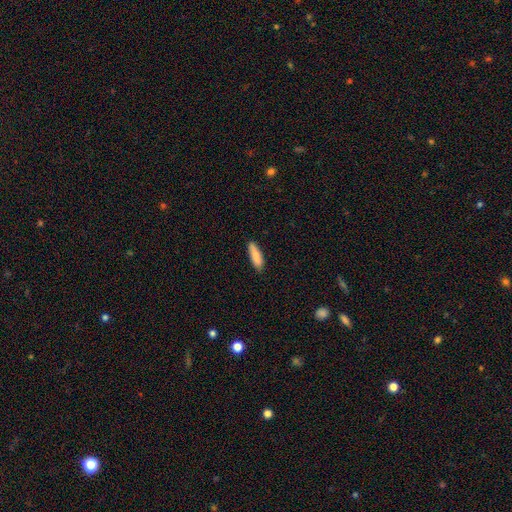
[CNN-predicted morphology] Q: Smooth or featured?
A: smooth (86%); runner-up: featured or disk (8%)
Q: How rounded?
A: cigar-shaped (59%); runner-up: in between (39%)
Q: Merging?
A: none (85%); runner-up: minor disturbance (12%)